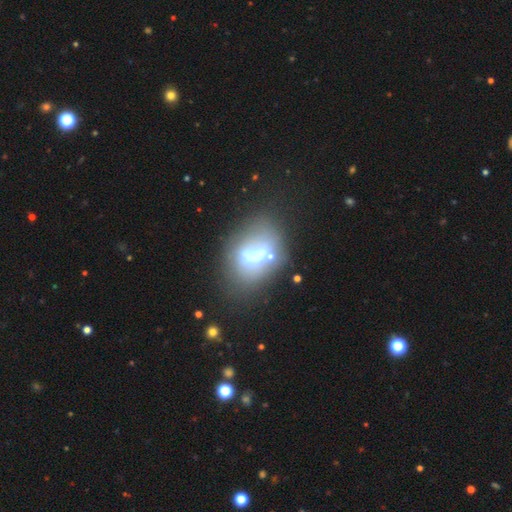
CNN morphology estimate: Smooth or featured: smooth — 45% (featured or disk — 41%)
Merging: none — 36% (merger — 23%)